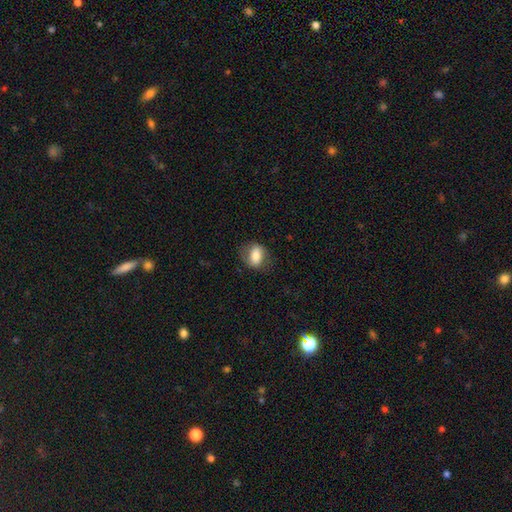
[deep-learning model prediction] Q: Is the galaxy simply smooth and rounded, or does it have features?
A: smooth — 72%.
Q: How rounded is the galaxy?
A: in between — 75%.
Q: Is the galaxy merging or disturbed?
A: none — 72%.